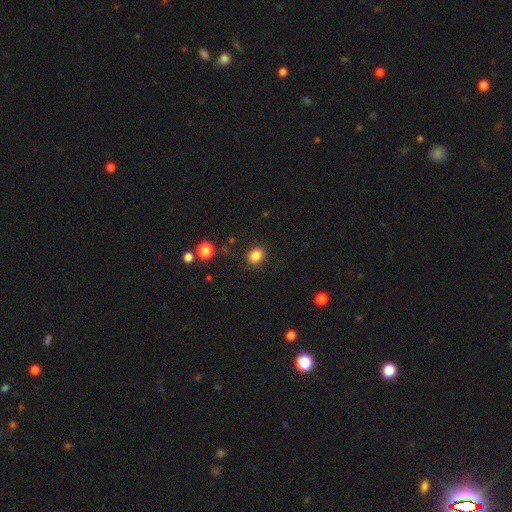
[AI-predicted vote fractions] The model was most divided on "how rounded": round: 60%, in between: 39%, cigar-shaped: 1%. More confident: merging — none (87%); smooth or featured — smooth (85%).